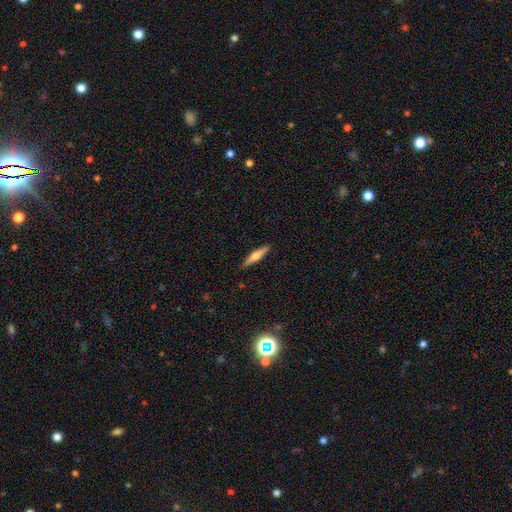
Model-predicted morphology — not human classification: This appears to be a featured or disk galaxy (50%). Merging: none (89%).